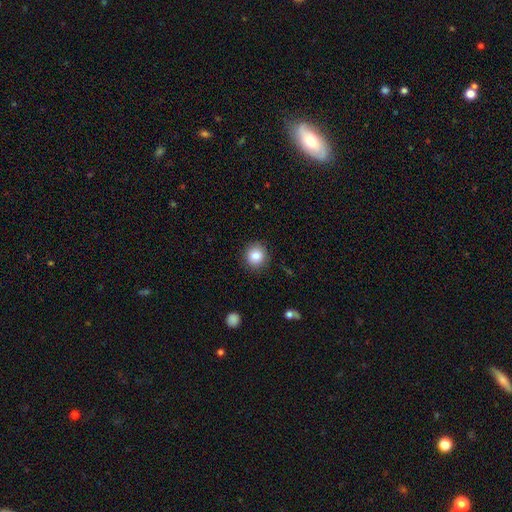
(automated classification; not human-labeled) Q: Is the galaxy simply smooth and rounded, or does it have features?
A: smooth — 83%.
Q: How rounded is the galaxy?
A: round — 90%.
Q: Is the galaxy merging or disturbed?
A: none — 90%.